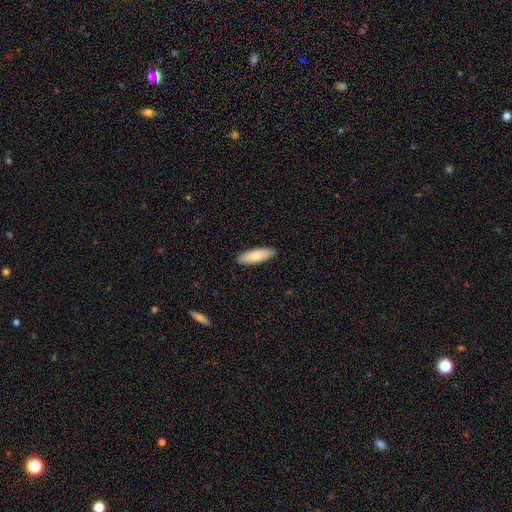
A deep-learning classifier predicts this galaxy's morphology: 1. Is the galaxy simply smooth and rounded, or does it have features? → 81% smooth, 14% featured or disk, 5% star or artifact.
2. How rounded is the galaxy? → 52% in between, 46% cigar-shaped, 2% round.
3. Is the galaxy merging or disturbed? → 91% none, 7% minor disturbance, 1% major disturbance, 1% merger.